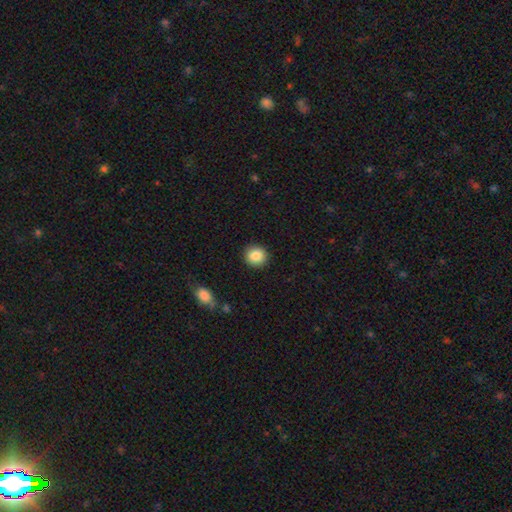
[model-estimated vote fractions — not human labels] Smooth or featured: smooth — 87% (star or artifact — 8%)
How rounded: round — 90% (in between — 10%)
Merging: none — 91% (minor disturbance — 6%)